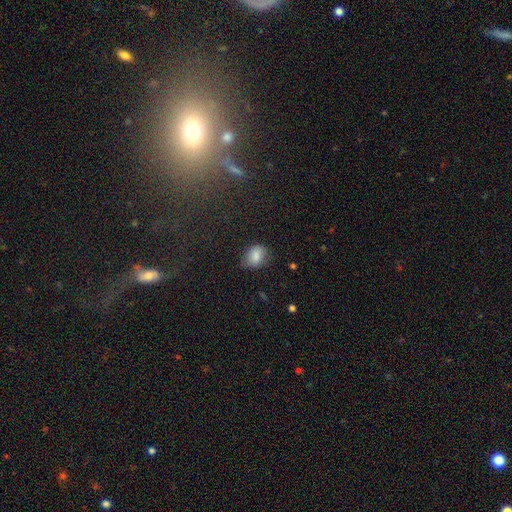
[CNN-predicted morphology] Smooth or featured?
  - smooth: 83% *
  - star or artifact: 9%
  - featured or disk: 8%
How rounded?
  - in between: 57% *
  - round: 42%
  - cigar-shaped: 1%
Merging?
  - none: 66% *
  - minor disturbance: 27%
  - major disturbance: 6%
  - merger: 2%